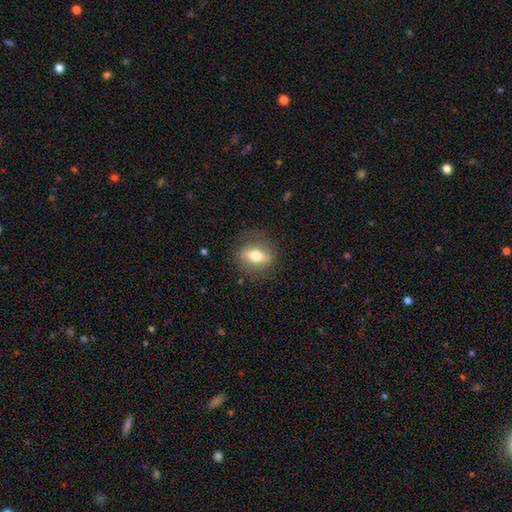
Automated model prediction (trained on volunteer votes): This is possibly a smooth galaxy (48%). Merging: likely none (79%).